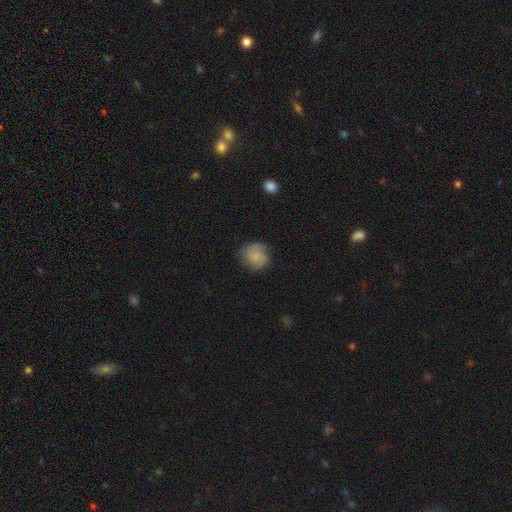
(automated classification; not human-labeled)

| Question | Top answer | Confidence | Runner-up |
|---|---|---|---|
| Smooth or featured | smooth | 75% | featured or disk (17%) |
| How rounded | round | 86% | in between (13%) |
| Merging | none | 73% | minor disturbance (20%) |